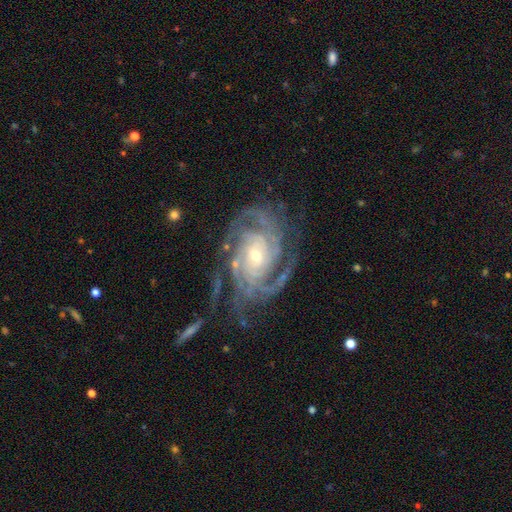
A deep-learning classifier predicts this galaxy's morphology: smooth-or-featured: featured or disk: 92% | star or artifact: 5% | smooth: 3%
  disk-edge-on: no: 97% | yes: 3%
    bar: no: 60% | weak: 28% | strong: 13%
    has-spiral-arms: yes: 98% | no: 2%
      spiral-winding: tight: 69% | medium: 27% | loose: 4%
      spiral-arm-count: 4: 28% | 3: 26% | can't tell: 15% | 2: 14% | more than 4: 9% | 1: 7%
    bulge-size: small: 66% | moderate: 30% | large: 2% | none: 1% | dominant: 1%
  merging: none: 67% | minor disturbance: 19% | major disturbance: 11% | merger: 3%